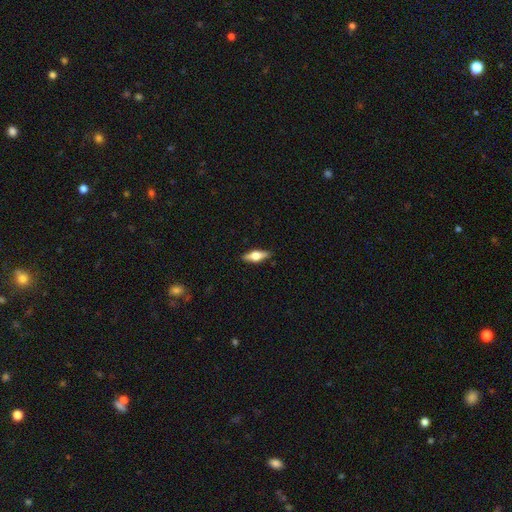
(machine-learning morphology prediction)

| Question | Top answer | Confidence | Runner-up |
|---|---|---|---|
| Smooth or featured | smooth | 47% | tied: featured or disk (47%) |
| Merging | none | 89% | minor disturbance (9%) |